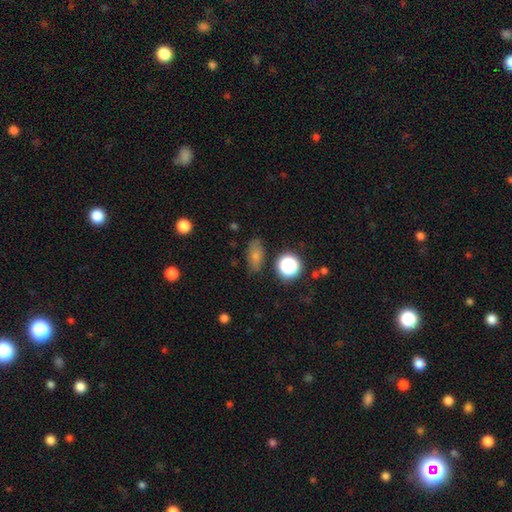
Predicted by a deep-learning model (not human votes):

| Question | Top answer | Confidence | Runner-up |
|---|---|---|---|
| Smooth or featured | smooth | 70% | star or artifact (16%) |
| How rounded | in between | 79% | round (14%) |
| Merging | none | 75% | minor disturbance (18%) |